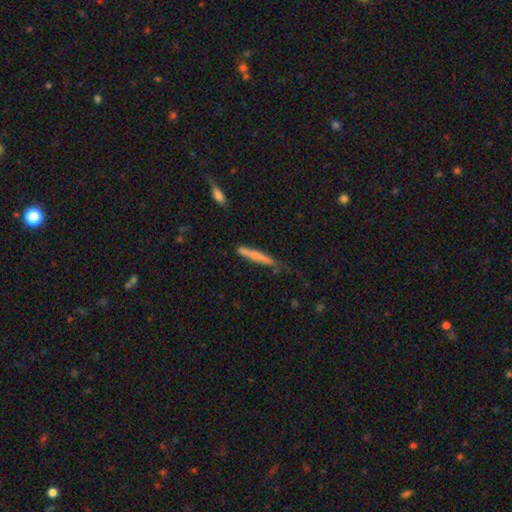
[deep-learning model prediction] A smooth galaxy with no disk features (68%) that is cigar-shaped (94%).

Vote fractions:
- Smooth or featured? smooth: 68% / featured or disk: 26% / star or artifact: 6%
- How rounded? cigar-shaped: 94% / in between: 4% / round: 2%
- Merging? none: 64% / minor disturbance: 27% / major disturbance: 6% / merger: 4%